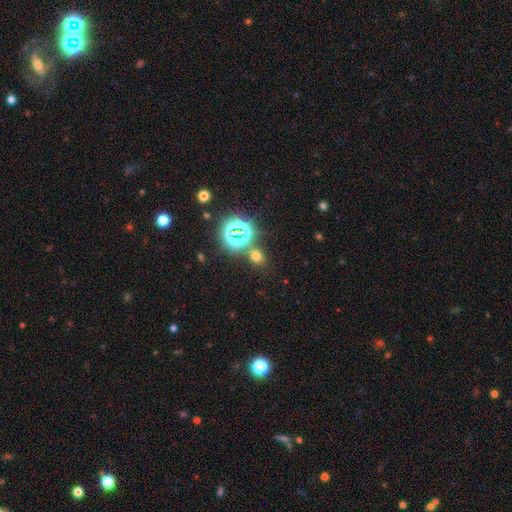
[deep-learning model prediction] A smooth galaxy with no disk features (56%) that is round (52%). Merging: none (77%).